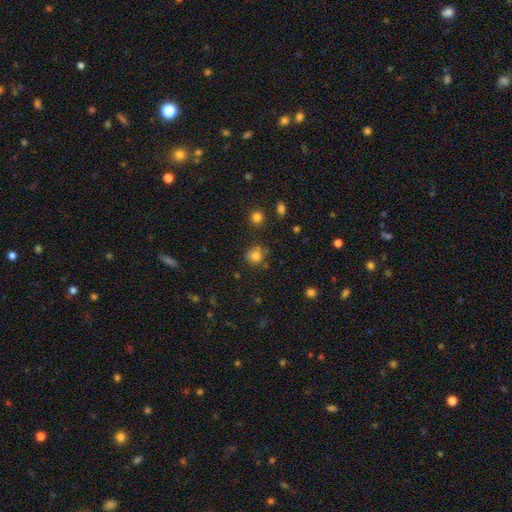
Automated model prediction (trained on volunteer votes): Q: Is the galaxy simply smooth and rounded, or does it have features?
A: smooth — 77%.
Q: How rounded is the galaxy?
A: round — 76%.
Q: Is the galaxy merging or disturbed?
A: none — 68%.